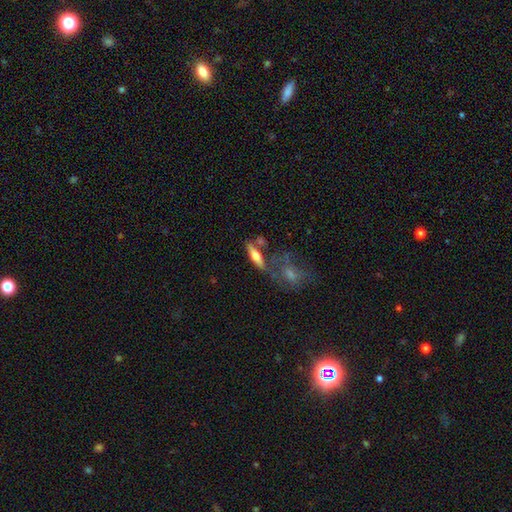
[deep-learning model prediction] smooth 52%, featured or disk 41%, star or artifact 8%. Down the decision tree: how rounded — cigar-shaped (59%); merging — none (58%).